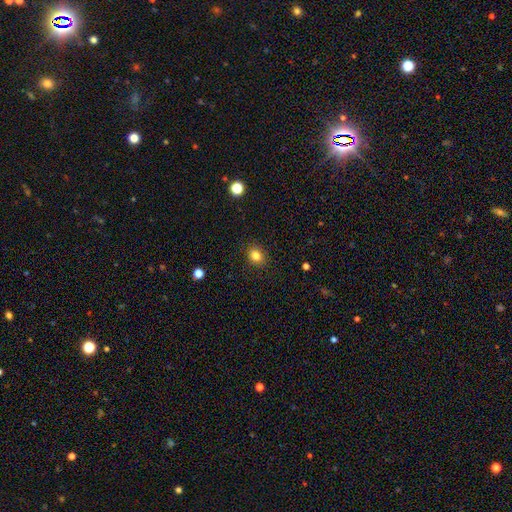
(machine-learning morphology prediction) type=smooth (83%); roundness=round (55%); merging=none (88%).